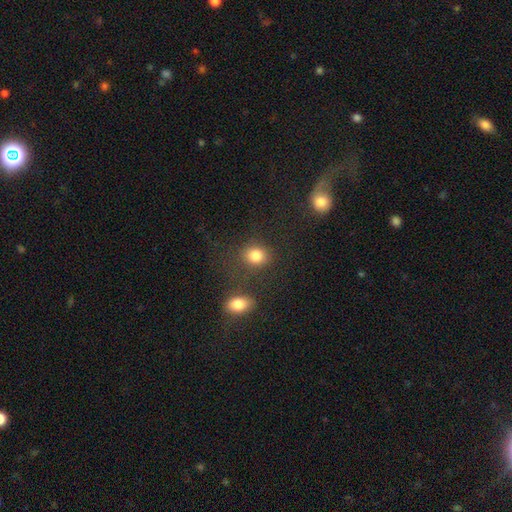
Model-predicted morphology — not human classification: Smooth or featured: smooth — 83% (star or artifact — 11%)
How rounded: round — 60% (in between — 39%)
Merging: none — 70% (minor disturbance — 12%)